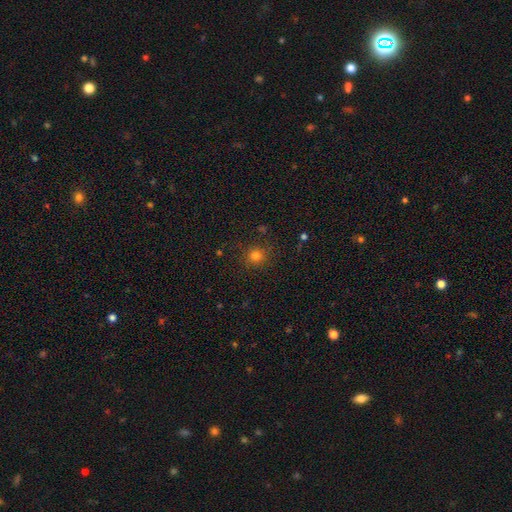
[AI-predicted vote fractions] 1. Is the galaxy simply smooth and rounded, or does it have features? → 78% smooth, 16% star or artifact, 6% featured or disk.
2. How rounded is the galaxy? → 91% round, 8% in between, 1% cigar-shaped.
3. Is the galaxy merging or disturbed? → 86% none, 9% minor disturbance, 3% major disturbance, 2% merger.